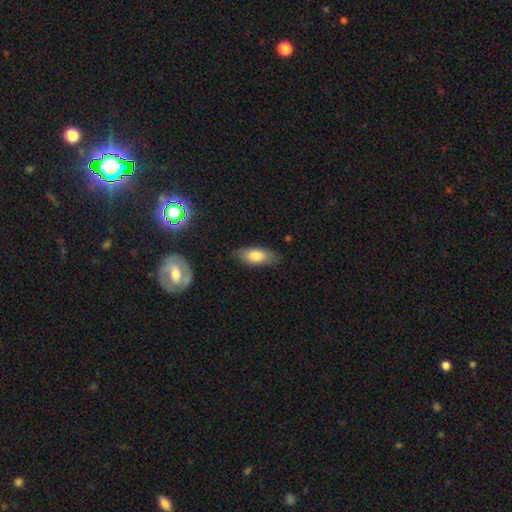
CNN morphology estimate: Smooth or featured?
  - smooth: 77% *
  - featured or disk: 16%
  - star or artifact: 7%
How rounded?
  - in between: 82% *
  - cigar-shaped: 16%
  - round: 3%
Merging?
  - none: 81% *
  - minor disturbance: 15%
  - major disturbance: 3%
  - merger: 1%